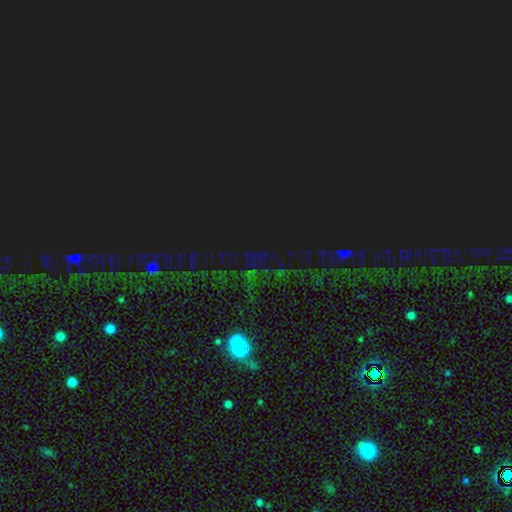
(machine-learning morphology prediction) Smooth or featured? star or artifact (81%)